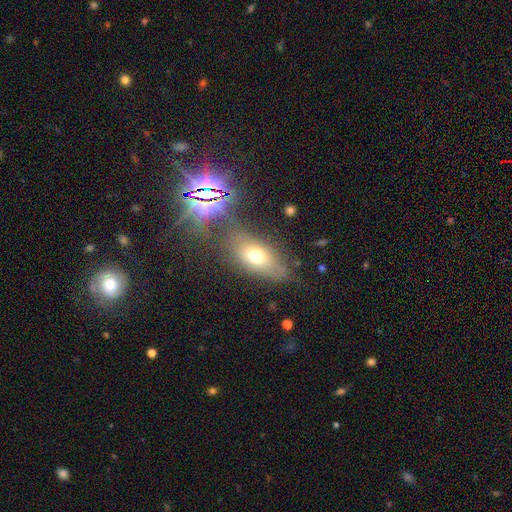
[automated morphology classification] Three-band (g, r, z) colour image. It shows a smooth galaxy with no disk features (65%) that is in between round and cigar-shaped (78%). Merging: none (64%).